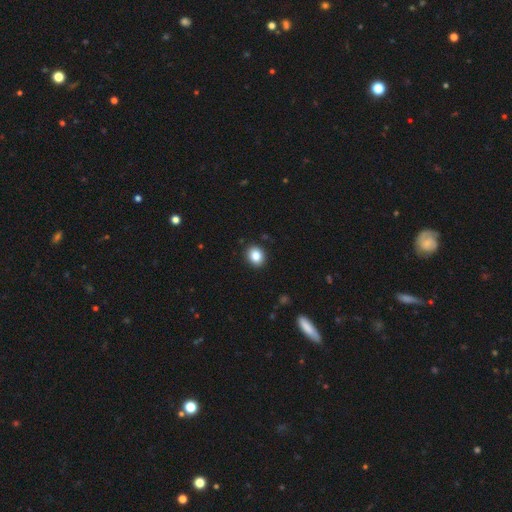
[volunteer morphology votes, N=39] Smooth or featured? smooth (85%)
How rounded? round (67%)
Merging? none (78%)